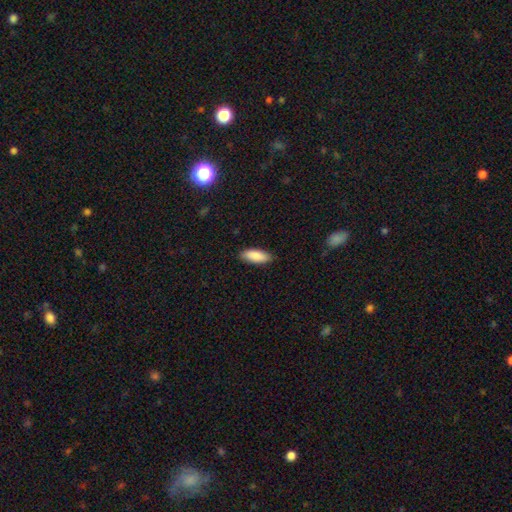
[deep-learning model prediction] Smooth or featured?
  - smooth: 89% *
  - star or artifact: 6%
  - featured or disk: 5%
How rounded?
  - in between: 76% *
  - cigar-shaped: 22%
  - round: 2%
Merging?
  - none: 86% *
  - minor disturbance: 10%
  - major disturbance: 2%
  - merger: 1%